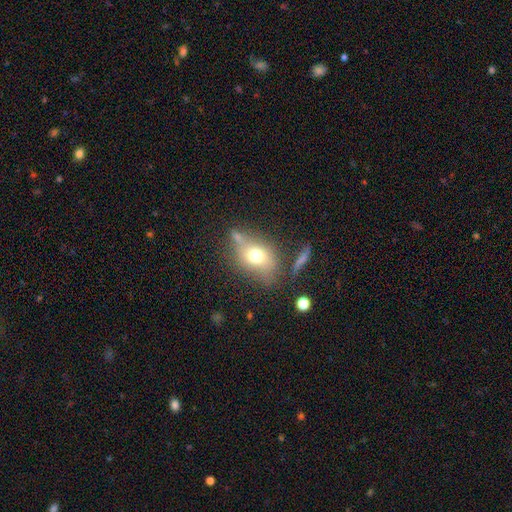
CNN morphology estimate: This appears to be a smooth galaxy with no disk features (66%) that is in between round and cigar-shaped (65%). Merging: none (60%).